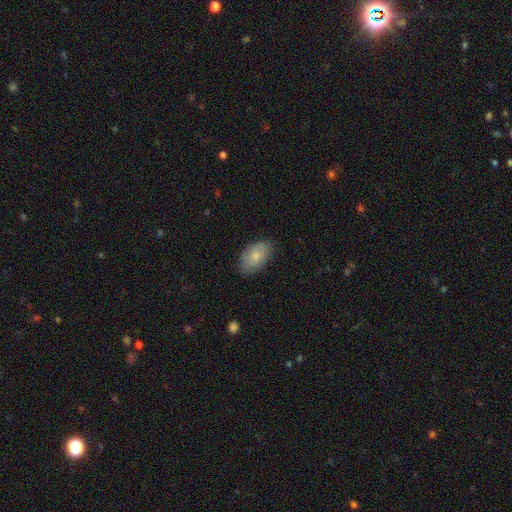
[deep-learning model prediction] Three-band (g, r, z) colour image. It shows a smooth galaxy with no disk features (78%) that is in between round and cigar-shaped (93%). Merging: none (78%).